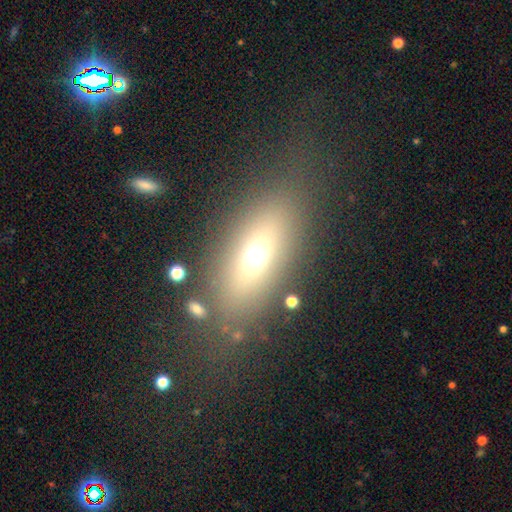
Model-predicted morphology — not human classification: Smooth or featured? Predicted: smooth (p=0.62). How rounded? Predicted: in between (p=0.71). Merging? Predicted: none (p=0.75).